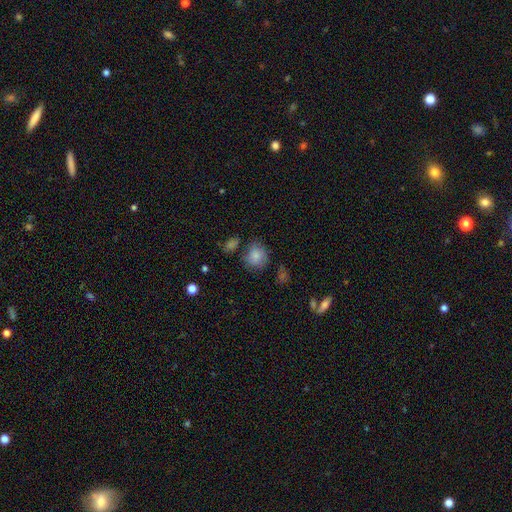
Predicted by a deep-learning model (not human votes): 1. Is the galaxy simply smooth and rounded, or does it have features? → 80% smooth, 11% featured or disk, 9% star or artifact.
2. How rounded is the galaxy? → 77% round, 22% in between, 1% cigar-shaped.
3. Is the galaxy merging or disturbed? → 64% none, 21% minor disturbance, 8% merger, 7% major disturbance.